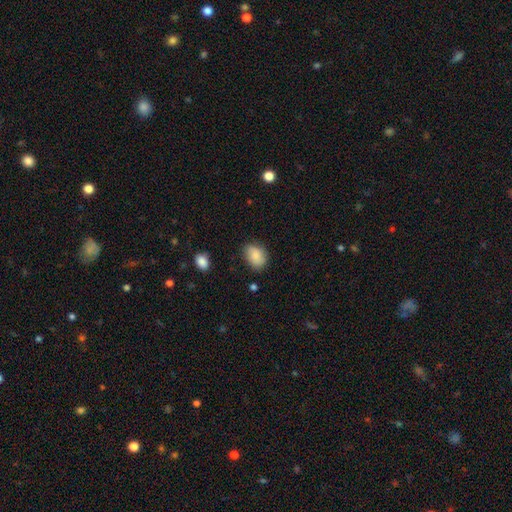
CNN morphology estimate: This appears to be a smooth galaxy with no disk features (84%) that is in between round and cigar-shaped (74%). Merging: none (72%).